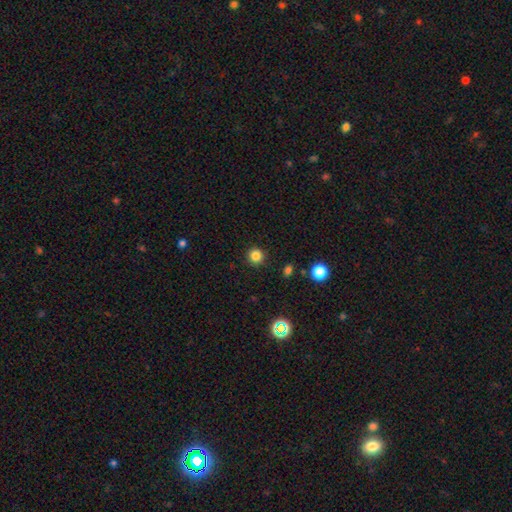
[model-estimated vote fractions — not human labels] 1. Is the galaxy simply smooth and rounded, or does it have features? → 83% smooth, 13% star or artifact, 4% featured or disk.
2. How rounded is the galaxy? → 95% round, 4% in between, 1% cigar-shaped.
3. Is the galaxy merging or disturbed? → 91% none, 5% minor disturbance, 2% major disturbance, 1% merger.